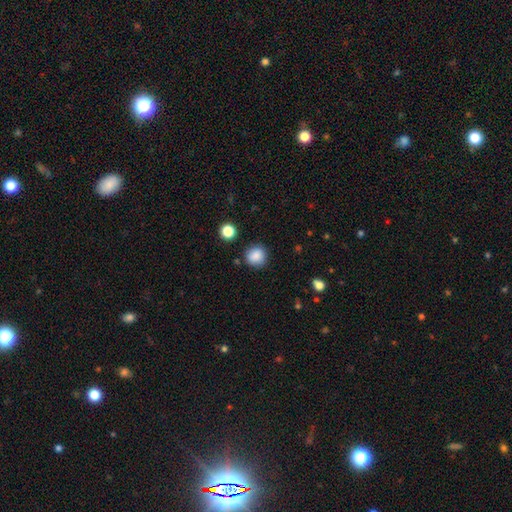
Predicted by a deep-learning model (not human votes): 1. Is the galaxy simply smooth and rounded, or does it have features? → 87% smooth, 9% star or artifact, 4% featured or disk.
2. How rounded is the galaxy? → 89% round, 11% in between, 1% cigar-shaped.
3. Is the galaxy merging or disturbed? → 86% none, 9% minor disturbance, 3% major disturbance, 2% merger.